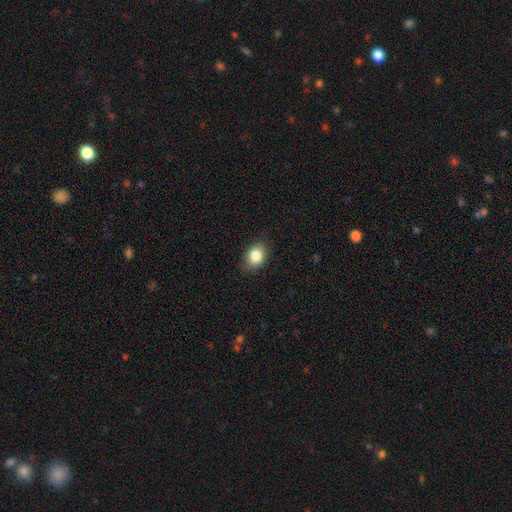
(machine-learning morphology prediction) A smooth galaxy with no disk features (84%) that is in between round and cigar-shaped (70%). Merging: none (84%).